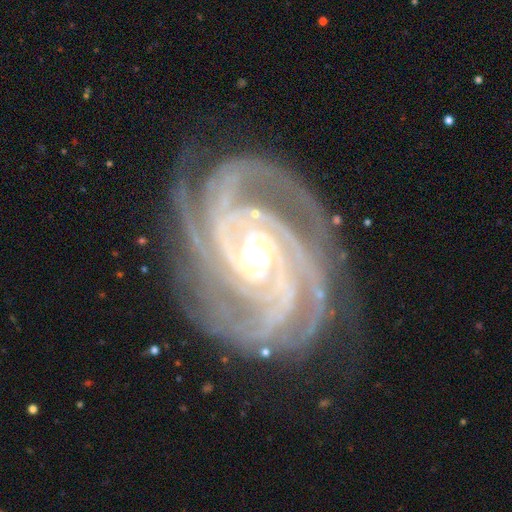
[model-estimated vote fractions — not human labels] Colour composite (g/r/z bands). It shows a featured or disk galaxy (94%) with no bar (53%), 4 (32%) tight (77%) spiral arms (99%) and a moderate central bulge (48%). Merging: none (78%).